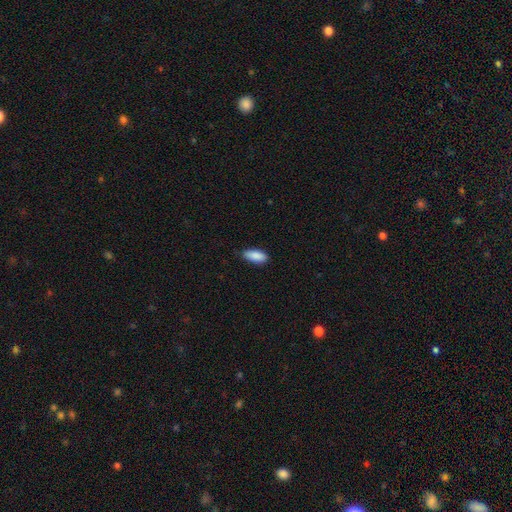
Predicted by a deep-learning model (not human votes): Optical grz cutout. It shows a smooth galaxy with no disk features (89%) that is in between round and cigar-shaped (86%). Merging: none (83%).